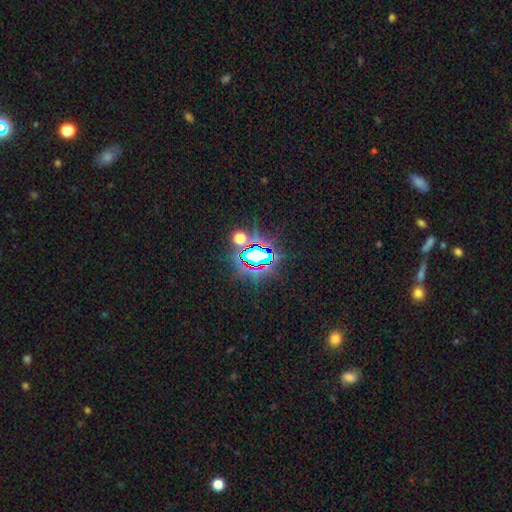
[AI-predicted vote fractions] Q: Smooth or featured?
A: star or artifact (74%); runner-up: smooth (16%)